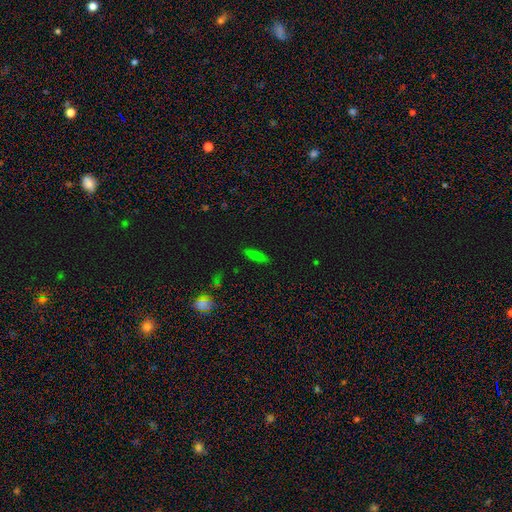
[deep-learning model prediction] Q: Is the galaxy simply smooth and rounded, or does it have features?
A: smooth — 74%.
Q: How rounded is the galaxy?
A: cigar-shaped — 58%.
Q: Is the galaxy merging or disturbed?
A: none — 85%.